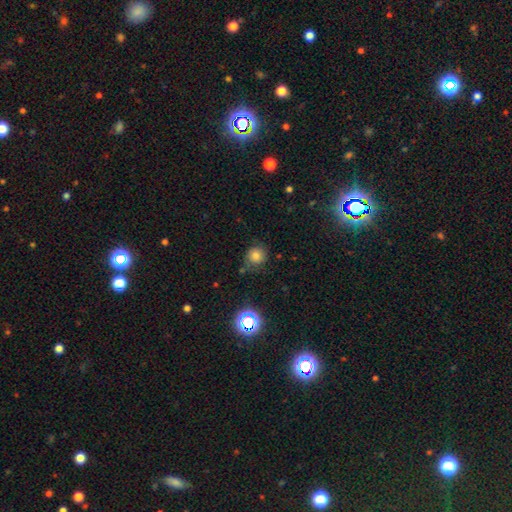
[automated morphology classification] A smooth galaxy with no disk features (69%) that is round (87%).

Vote fractions:
- Smooth or featured? smooth: 69% / star or artifact: 18% / featured or disk: 13%
- How rounded? round: 87% / in between: 12% / cigar-shaped: 1%
- Merging? none: 69% / minor disturbance: 20% / major disturbance: 6% / merger: 4%